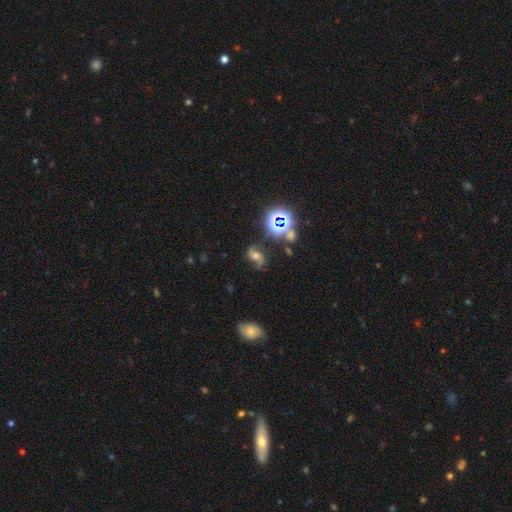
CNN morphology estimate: A featured or disk galaxy (54%) with no bar (53%), spiral arms (88%) and a moderate central bulge (61%).

Vote fractions:
- Smooth or featured? featured or disk: 54% / star or artifact: 25% / smooth: 21%
- Edge-on disk? no: 96% / yes: 4%
- Bar? no: 53% / weak: 30% / strong: 17%
- Spiral arms? yes: 88% / no: 12%
- Bulge size? moderate: 61% / small: 19% / large: 13% / none: 4% / dominant: 3%
- Merging? none: 63% / minor disturbance: 20% / major disturbance: 13% / merger: 4%